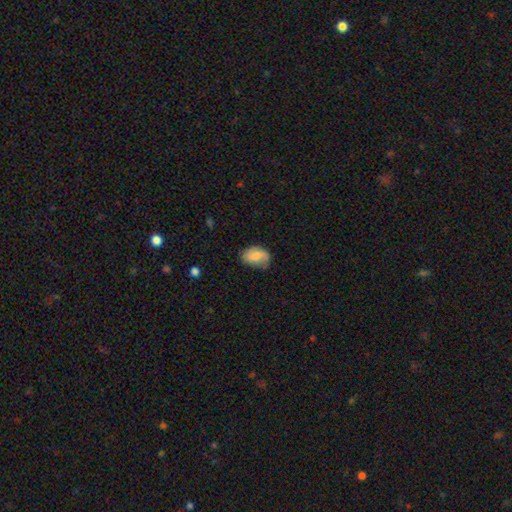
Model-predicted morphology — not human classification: Q: Smooth or featured?
A: smooth (68%); runner-up: featured or disk (25%)
Q: How rounded?
A: in between (76%); runner-up: round (23%)
Q: Merging?
A: none (58%); runner-up: minor disturbance (31%)